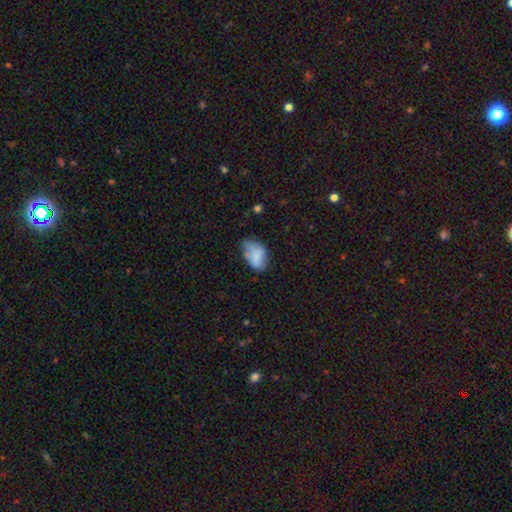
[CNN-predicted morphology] Overall: smooth (80%). How rounded: in between (91%). Merging: none (44%; minor disturbance 39%).